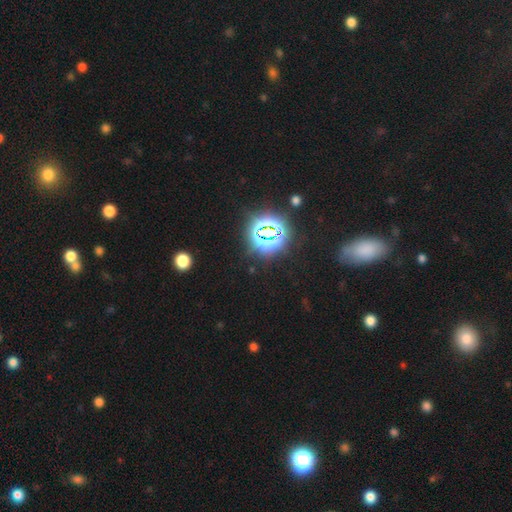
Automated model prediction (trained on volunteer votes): Smooth or featured?
  - star or artifact: 73% *
  - smooth: 19%
  - featured or disk: 8%